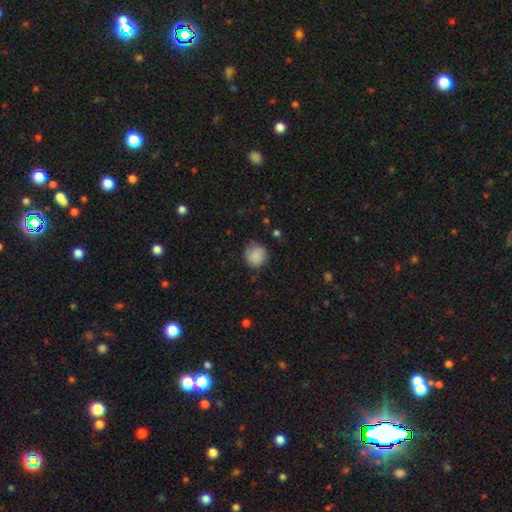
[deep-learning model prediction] smooth 86%, star or artifact 8%, featured or disk 6%. Down the decision tree: how rounded — round (87%); merging — none (76%).